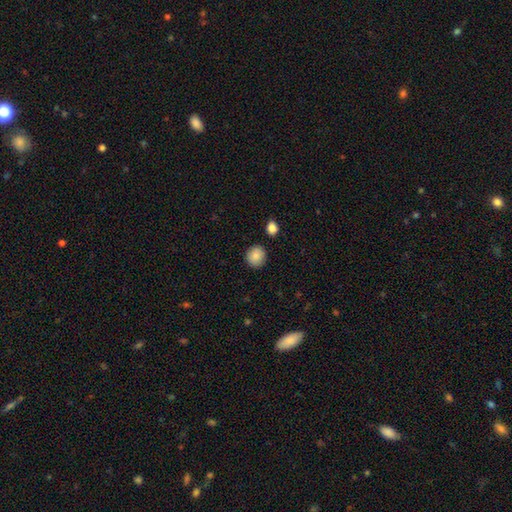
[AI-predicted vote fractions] This appears to be a smooth galaxy with no disk features (88%) that is round (87%). Merging: none (88%).